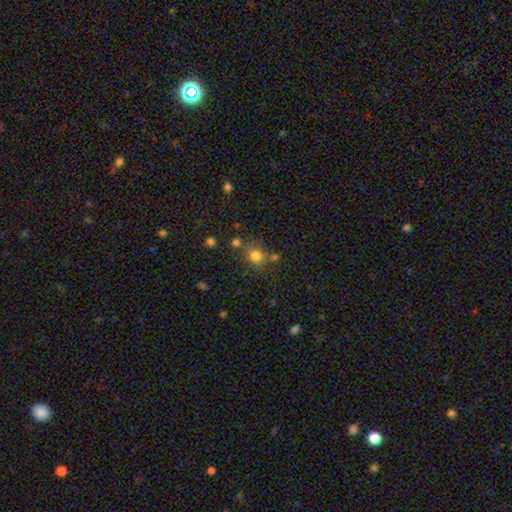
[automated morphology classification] A smooth galaxy with no disk features (78%) that is round (85%). Merging: none (69%).